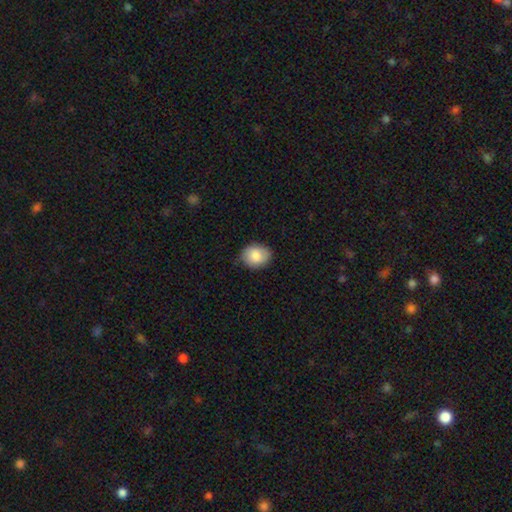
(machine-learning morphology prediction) Smooth or featured? Predicted: smooth (p=0.85). How rounded? Predicted: in between (p=0.53). Merging? Predicted: none (p=0.79).